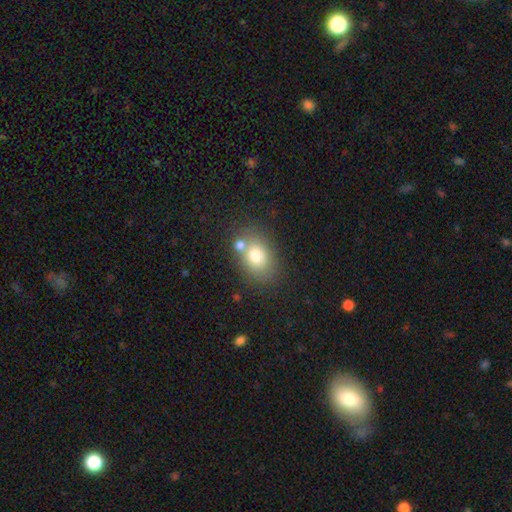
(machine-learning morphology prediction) smooth-or-featured: smooth: 75% | featured or disk: 14% | star or artifact: 11%
  how-rounded: in between: 69% | round: 29% | cigar-shaped: 1%
  merging: none: 62% | merger: 20% | minor disturbance: 13% | major disturbance: 4%